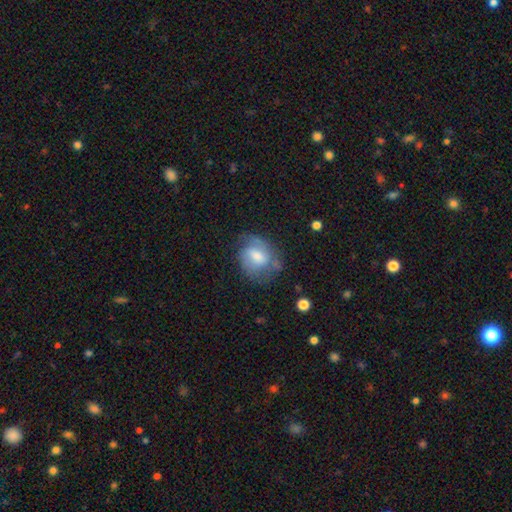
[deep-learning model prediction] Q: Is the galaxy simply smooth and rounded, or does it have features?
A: featured or disk — 52%.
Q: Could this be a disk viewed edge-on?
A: no — 96%.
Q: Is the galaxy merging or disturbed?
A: none — 55%.